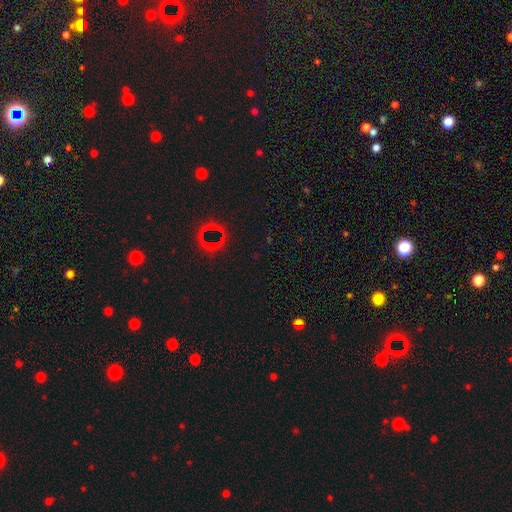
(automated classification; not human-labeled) A star or artifact, not a galaxy (67%).

Vote fractions:
- Smooth or featured? star or artifact: 67% / smooth: 21% / featured or disk: 12%